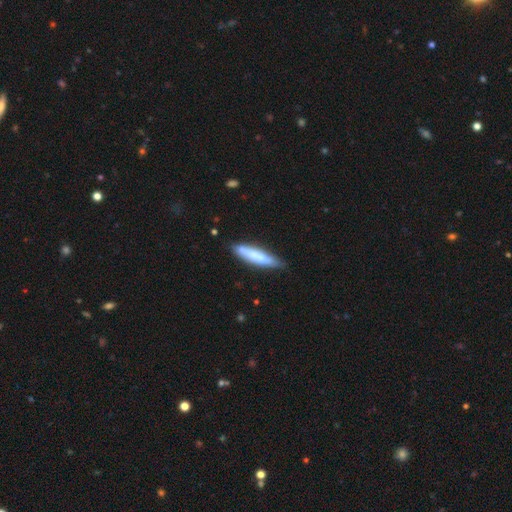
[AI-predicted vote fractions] smooth_or_featured: smooth (p=0.64) [alt: featured or disk p=0.31]
how_rounded: cigar-shaped (p=0.84) [alt: in between p=0.15]
merging: none (p=0.77) [alt: minor disturbance p=0.18]